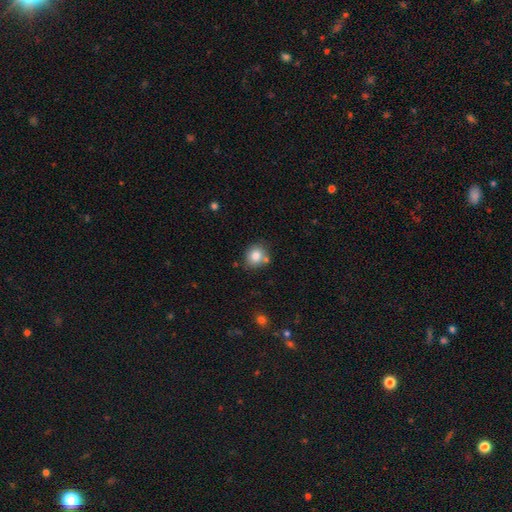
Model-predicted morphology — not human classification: This appears to be a smooth galaxy with no disk features (81%) that is round (79%). Merging: none (72%).